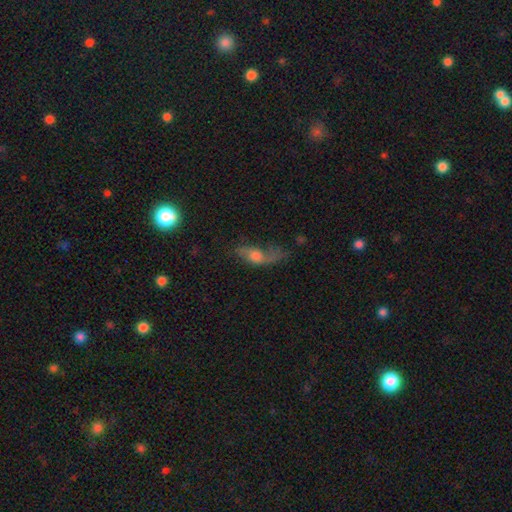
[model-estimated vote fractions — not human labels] Smooth or featured? Predicted: featured or disk (p=0.46). Merging? Predicted: none (p=0.38).